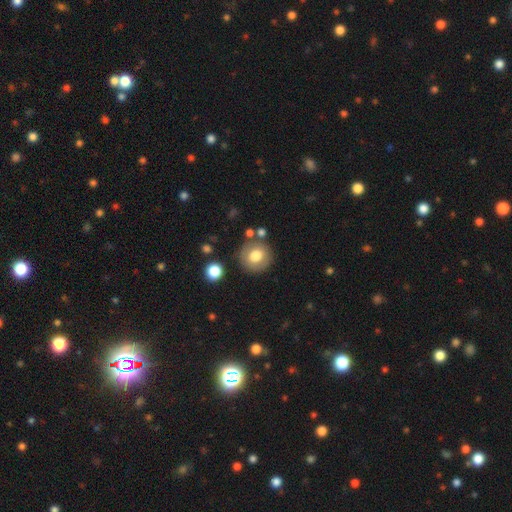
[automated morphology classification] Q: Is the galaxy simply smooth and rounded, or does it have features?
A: smooth — 73%.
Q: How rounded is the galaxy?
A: round — 90%.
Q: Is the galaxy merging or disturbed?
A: none — 80%.